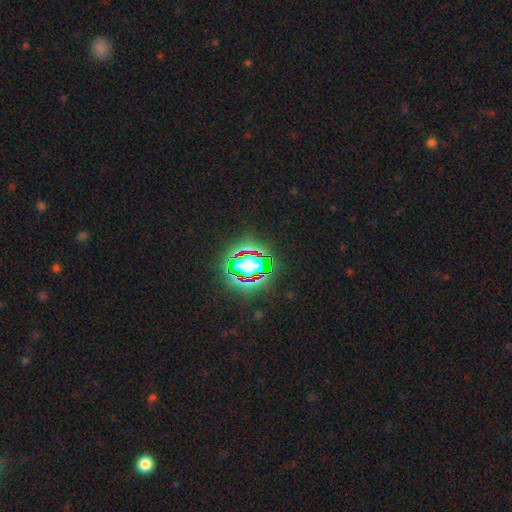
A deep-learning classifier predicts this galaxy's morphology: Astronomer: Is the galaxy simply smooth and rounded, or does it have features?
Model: star or artifact — 81%.